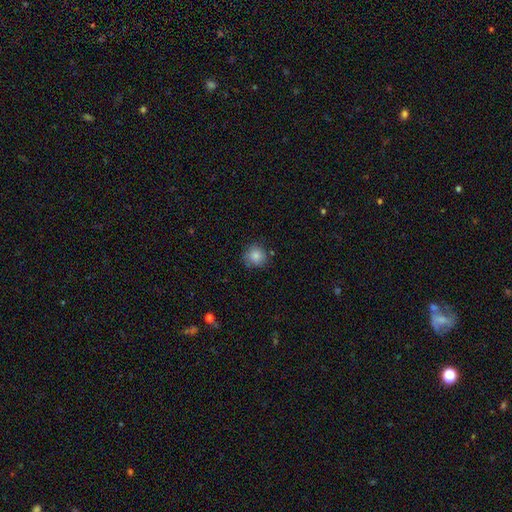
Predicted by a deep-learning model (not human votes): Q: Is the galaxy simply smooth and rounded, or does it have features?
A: smooth — 84%.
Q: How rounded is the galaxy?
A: round — 91%.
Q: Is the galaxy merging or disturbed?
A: none — 79%.